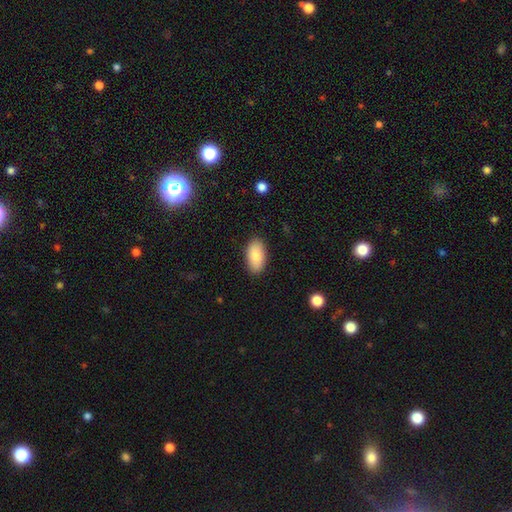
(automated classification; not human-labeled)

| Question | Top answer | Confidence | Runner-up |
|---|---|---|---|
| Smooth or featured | smooth | 87% | featured or disk (7%) |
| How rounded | in between | 95% | cigar-shaped (3%) |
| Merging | none | 88% | minor disturbance (9%) |